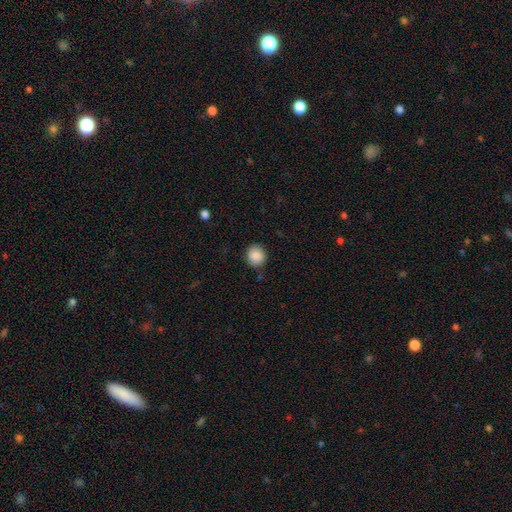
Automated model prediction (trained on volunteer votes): The model was most divided on "merging": none: 87%, minor disturbance: 9%, major disturbance: 2%, merger: 1%. More confident: smooth or featured — smooth (88%); how rounded — round (88%).